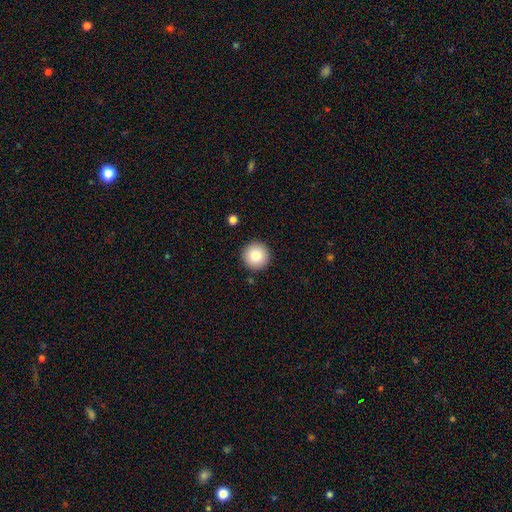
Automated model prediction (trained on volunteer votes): smooth_or_featured: smooth (p=0.81) [alt: featured or disk p=0.10]
how_rounded: round (p=0.96) [alt: in between p=0.03]
merging: none (p=0.92) [alt: minor disturbance p=0.05]